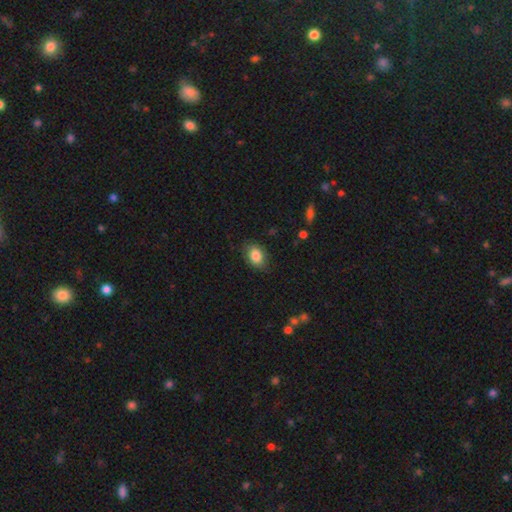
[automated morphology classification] smooth-or-featured: smooth: 84% | featured or disk: 8% | star or artifact: 7%
  how-rounded: in between: 80% | round: 19% | cigar-shaped: 1%
  merging: none: 79% | minor disturbance: 16% | major disturbance: 3% | merger: 1%